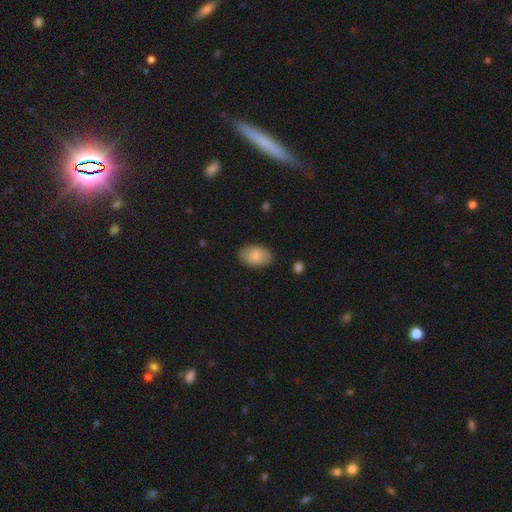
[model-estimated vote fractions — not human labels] smooth_or_featured: smooth (p=0.84) [alt: featured or disk p=0.10]
how_rounded: in between (p=0.92) [alt: round p=0.07]
merging: none (p=0.85) [alt: minor disturbance p=0.11]